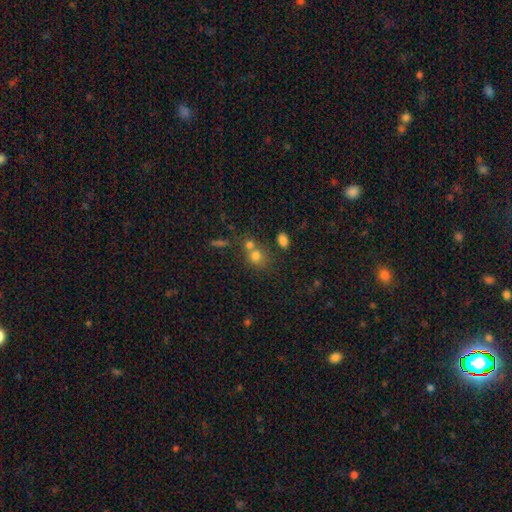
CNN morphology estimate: A smooth galaxy with no disk features (73%) that is round (73%).

Vote fractions:
- Smooth or featured? smooth: 73% / star or artifact: 15% / featured or disk: 12%
- How rounded? round: 73% / in between: 25% / cigar-shaped: 1%
- Merging? none: 45% / merger: 42% / minor disturbance: 9% / major disturbance: 4%